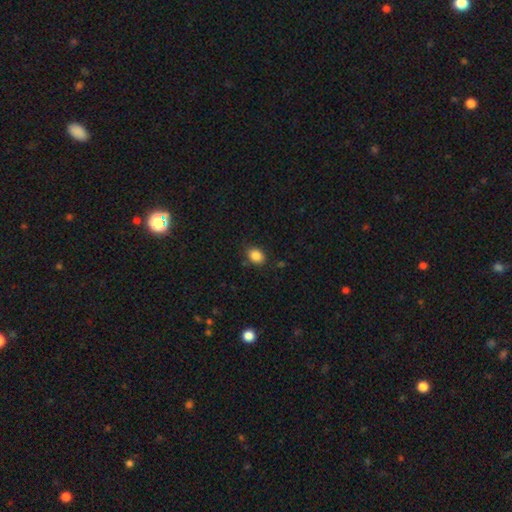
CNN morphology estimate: smooth_or_featured: smooth (p=0.86) [alt: star or artifact p=0.10]
how_rounded: in between (p=0.61) [alt: round p=0.38]
merging: none (p=0.81) [alt: minor disturbance p=0.14]